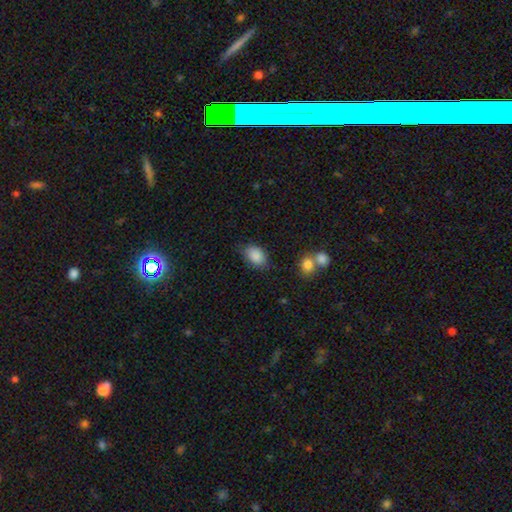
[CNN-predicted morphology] smooth_or_featured: smooth (p=0.87) [alt: star or artifact p=0.08]
how_rounded: in between (p=0.86) [alt: round p=0.13]
merging: none (p=0.71) [alt: minor disturbance p=0.21]